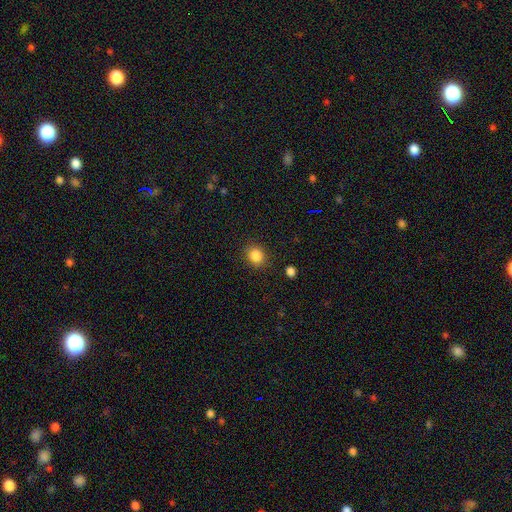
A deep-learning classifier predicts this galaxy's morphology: This appears to be a smooth galaxy with no disk features (85%) that is round (77%). Merging: none (87%).